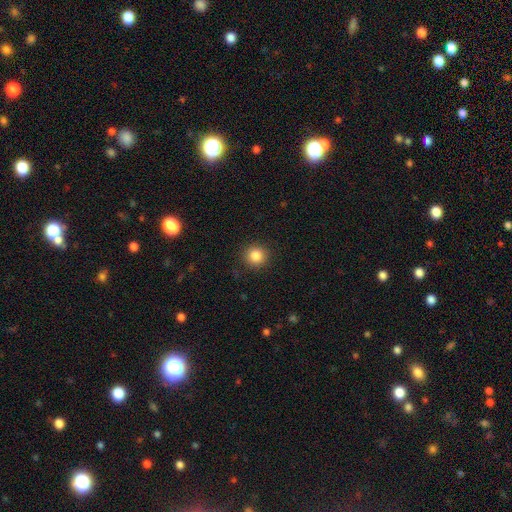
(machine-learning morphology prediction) Smooth or featured? smooth (85%)
How rounded? round (93%)
Merging? none (91%)